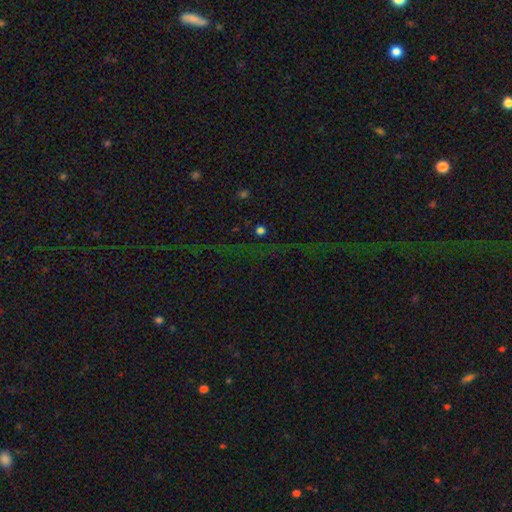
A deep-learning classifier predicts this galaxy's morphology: This is likely a star or artifact rather than a galaxy (73%).